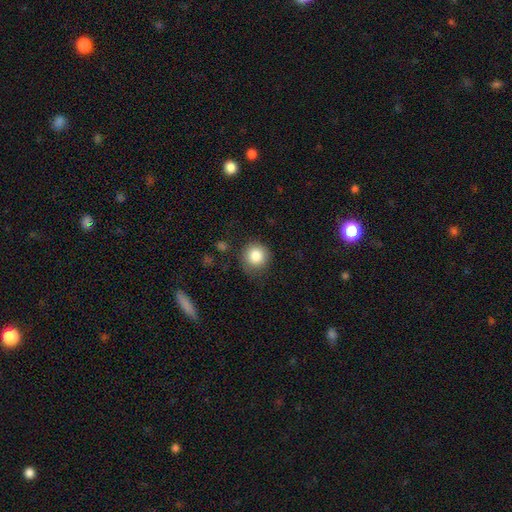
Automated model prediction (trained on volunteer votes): Smooth or featured? smooth (84%)
How rounded? round (91%)
Merging? none (82%)